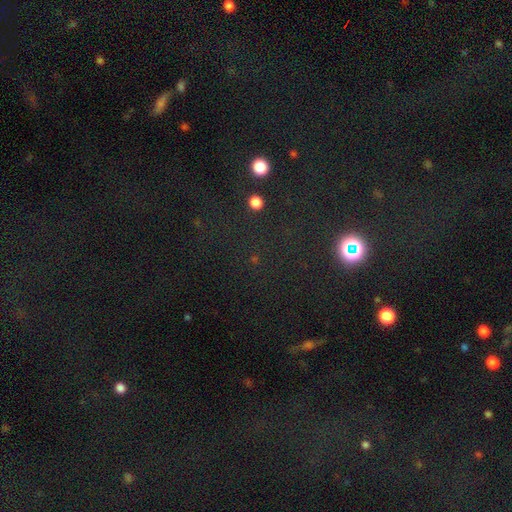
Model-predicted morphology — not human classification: Smooth or featured? Predicted: star or artifact (p=0.72).